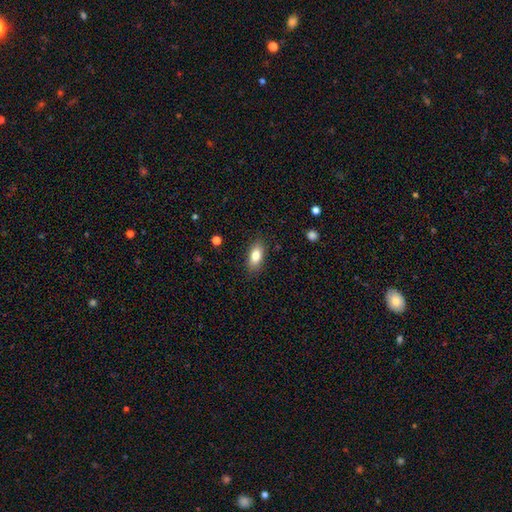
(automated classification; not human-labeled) Morphology: type=smooth (81%); roundness=in between (85%); merging=none (86%).